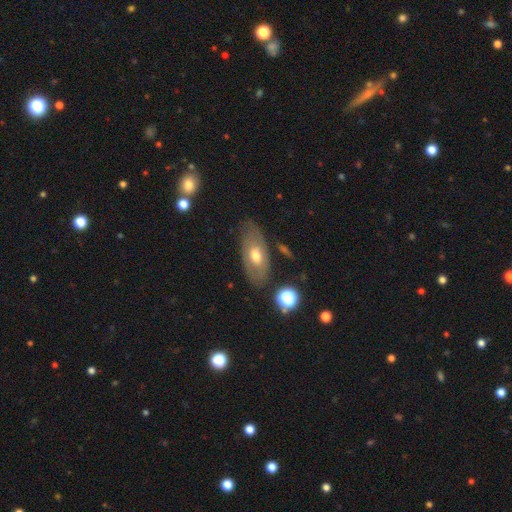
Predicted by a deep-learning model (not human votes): Smooth or featured?
  - smooth: 49% *
  - featured or disk: 44%
  - star or artifact: 7%
Merging?
  - none: 73% *
  - minor disturbance: 18%
  - major disturbance: 6%
  - merger: 3%